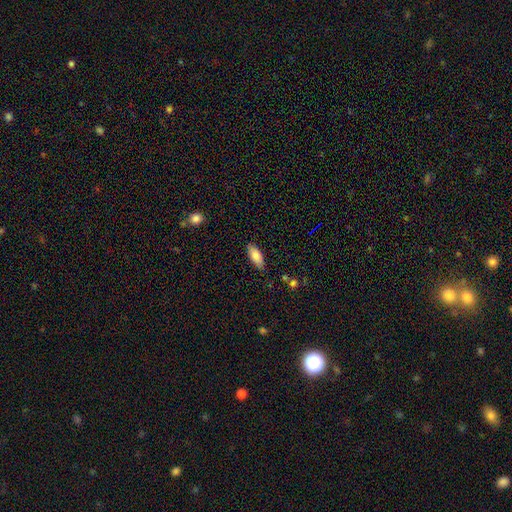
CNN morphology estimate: Smooth or featured? smooth (84%)
How rounded? in between (83%)
Merging? none (84%)